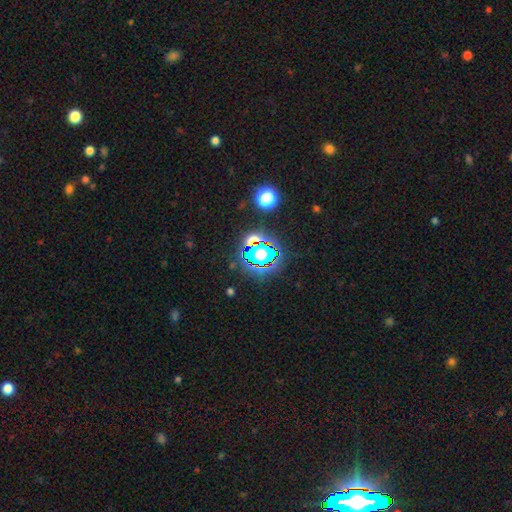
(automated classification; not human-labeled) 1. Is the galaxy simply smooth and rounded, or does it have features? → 80% star or artifact, 13% smooth, 7% featured or disk.